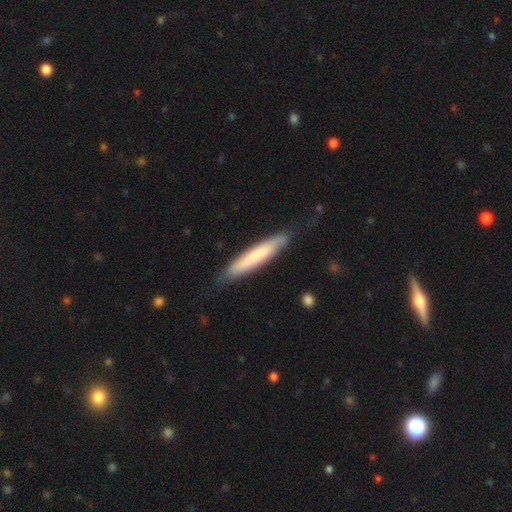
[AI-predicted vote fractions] Smooth or featured: smooth — 67% (featured or disk — 28%)
How rounded: cigar-shaped — 92% (in between — 7%)
Merging: none — 76% (minor disturbance — 18%)